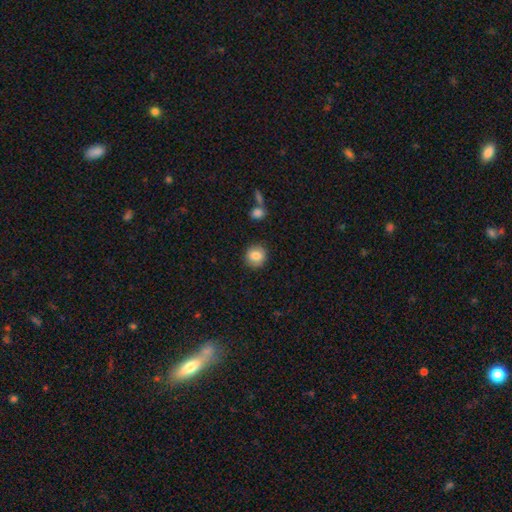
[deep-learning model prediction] Morphology: type=smooth (84%); roundness=round (86%); merging=none (86%).